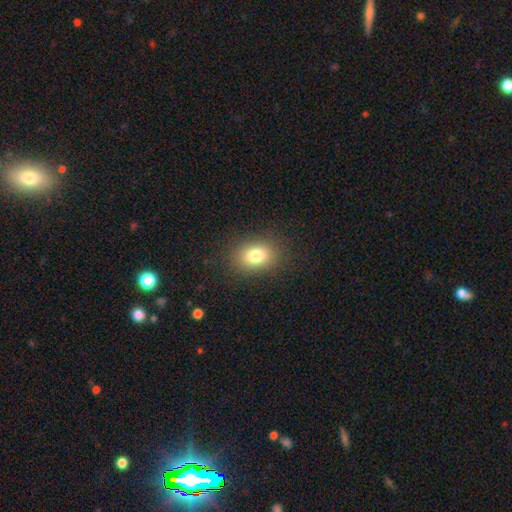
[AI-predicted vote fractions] This appears to be a smooth galaxy with no disk features (79%) that is in between round and cigar-shaped (67%). Merging: none (86%).